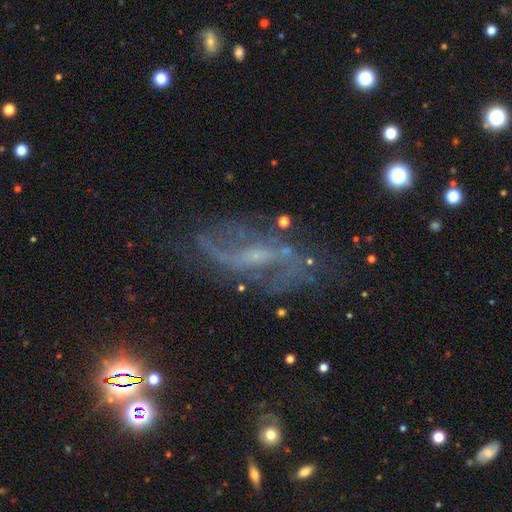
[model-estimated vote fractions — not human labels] featured or disk 77%, star or artifact 13%, smooth 10%. Down the decision tree: edge-on disk — no (91%); bar — weak (50%); spiral arms — yes (88%); spiral arm count — 2 (74%); spiral winding — loose (60%); bulge size — small (59%); merging — none (66%).